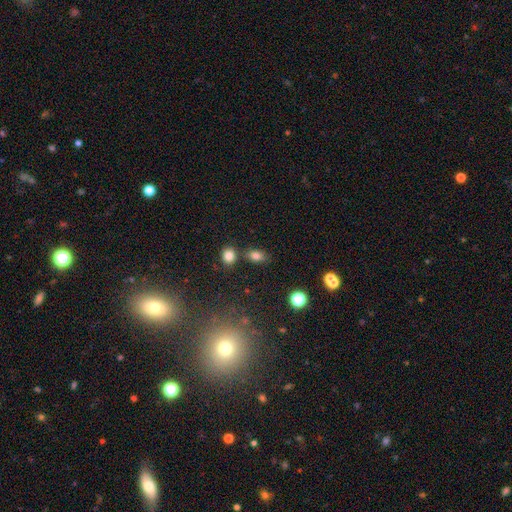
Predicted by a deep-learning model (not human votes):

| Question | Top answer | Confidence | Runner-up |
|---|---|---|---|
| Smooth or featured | smooth | 80% | star or artifact (13%) |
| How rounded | in between | 80% | round (18%) |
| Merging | none | 70% | merger (13%) |